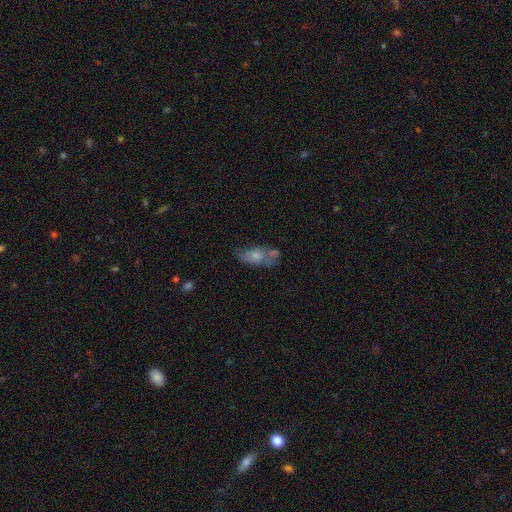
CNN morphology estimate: A smooth galaxy with no disk features (58%) that is in between round and cigar-shaped (83%).

Vote fractions:
- Smooth or featured? smooth: 58% / featured or disk: 33% / star or artifact: 9%
- How rounded? in between: 83% / cigar-shaped: 12% / round: 5%
- Merging? none: 39% / minor disturbance: 26% / merger: 19% / major disturbance: 16%